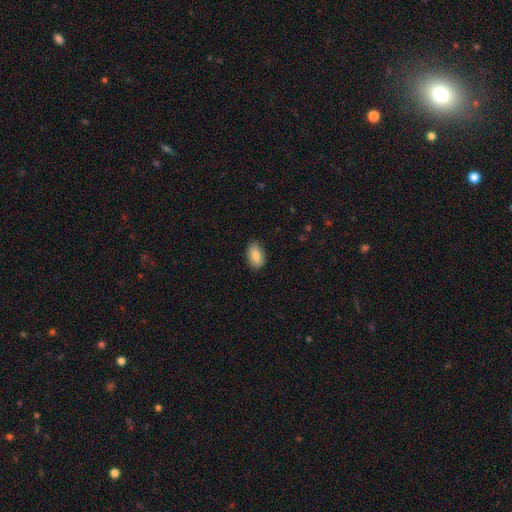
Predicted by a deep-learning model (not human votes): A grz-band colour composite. It shows a smooth galaxy with no disk features (81%) that is in between round and cigar-shaped (86%). Merging: none (85%).